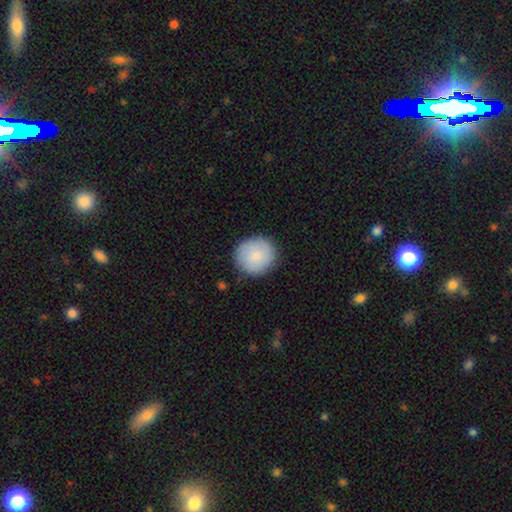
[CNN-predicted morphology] This is clearly a smooth galaxy (82%). How rounded: clearly round (92%). Merging: clearly none (87%).